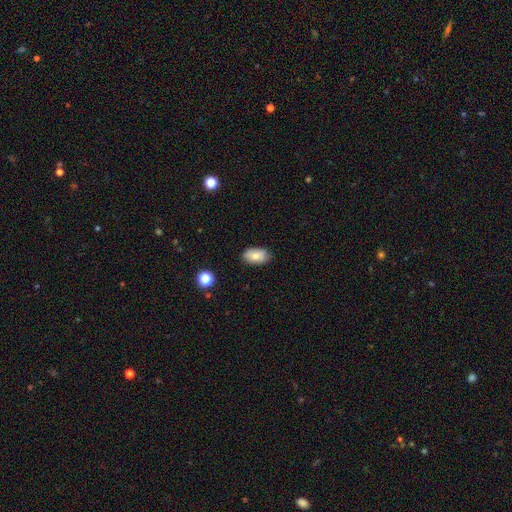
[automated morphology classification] Overall: smooth (79%). How rounded: in between (92%). Merging: none (84%).